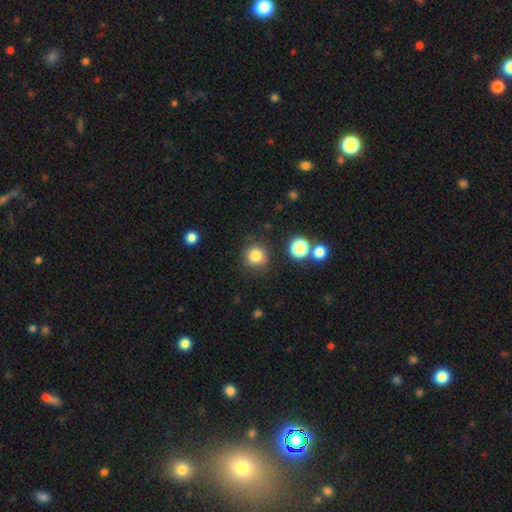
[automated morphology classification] Smooth or featured? smooth (82%)
How rounded? round (94%)
Merging? none (87%)